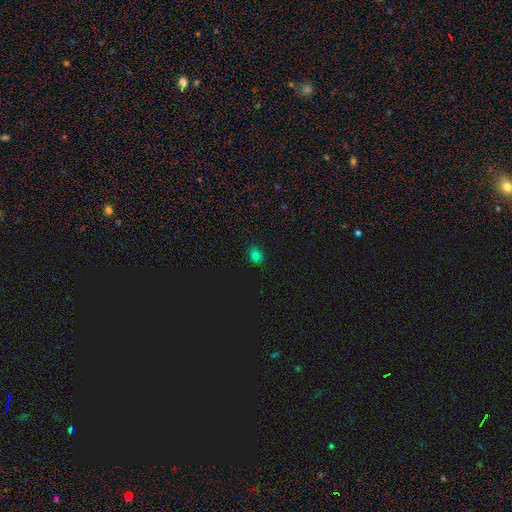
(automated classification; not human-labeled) This is likely a smooth galaxy (73%). How rounded: possibly in between (54%). Merging: clearly none (83%).